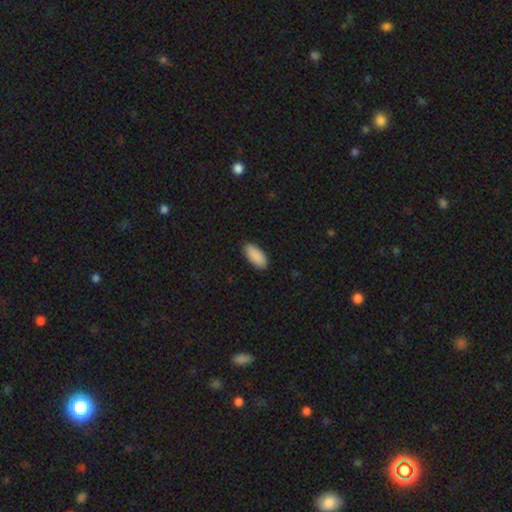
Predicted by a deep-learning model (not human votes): Smooth or featured? smooth (91%)
How rounded? in between (89%)
Merging? none (90%)